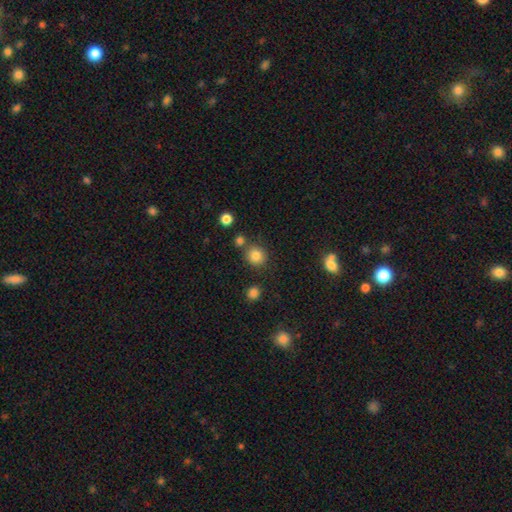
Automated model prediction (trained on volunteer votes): Overall: smooth (82%). How rounded: round (88%). Merging: none (78%).